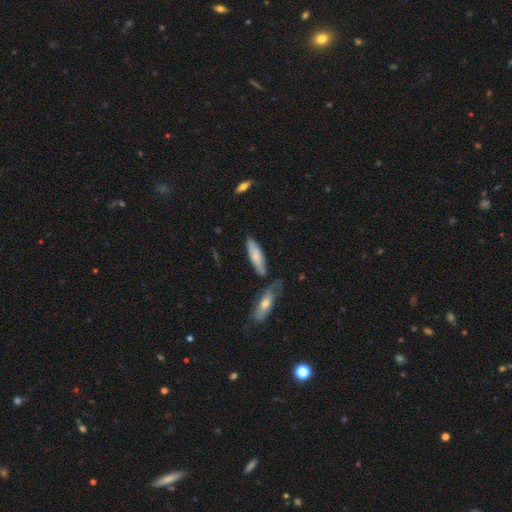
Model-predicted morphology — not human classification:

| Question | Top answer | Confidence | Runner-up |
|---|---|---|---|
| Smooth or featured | smooth | 68% | featured or disk (26%) |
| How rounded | cigar-shaped | 59% | in between (40%) |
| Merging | none | 68% | minor disturbance (18%) |